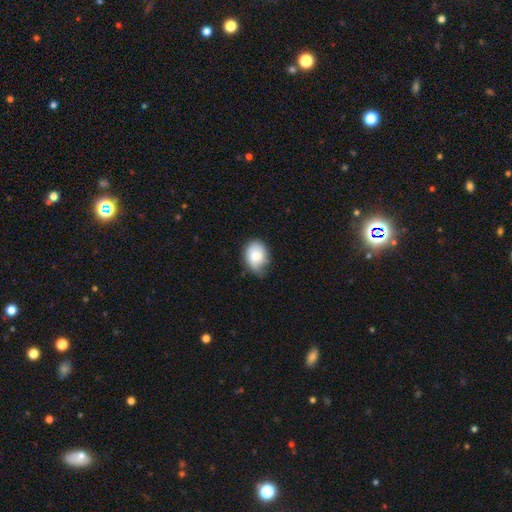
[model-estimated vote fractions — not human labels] Smooth or featured?
  - smooth: 77% *
  - featured or disk: 15%
  - star or artifact: 7%
How rounded?
  - in between: 58% *
  - round: 41%
  - cigar-shaped: 1%
Merging?
  - none: 50% *
  - minor disturbance: 40%
  - major disturbance: 8%
  - merger: 2%